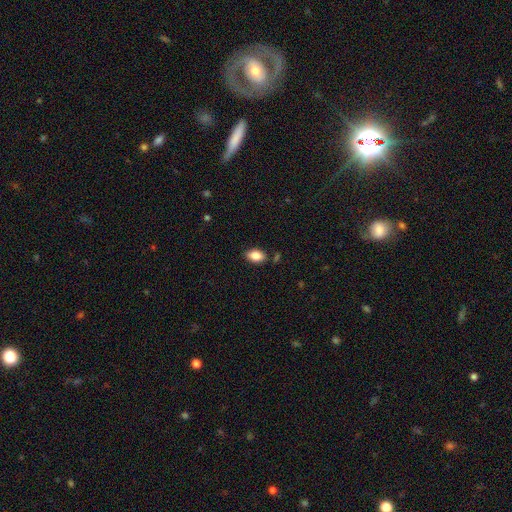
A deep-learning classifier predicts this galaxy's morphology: This is clearly a smooth galaxy (85%). How rounded: clearly in between (89%). Merging: clearly none (83%).